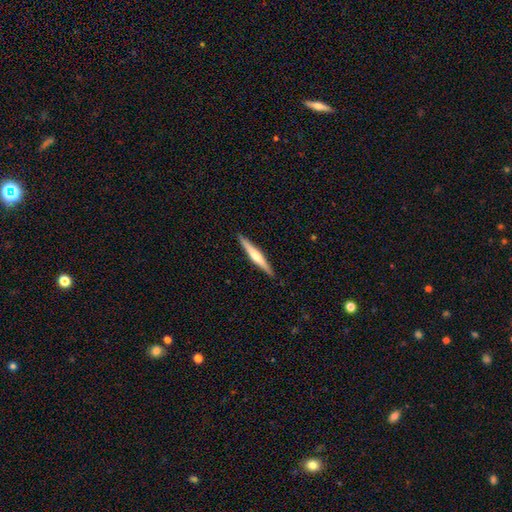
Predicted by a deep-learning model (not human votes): Morphology: type=featured or disk (60%); edge-on=yes (98%); edge-on bulge=rounded (78%); merging=none (91%).